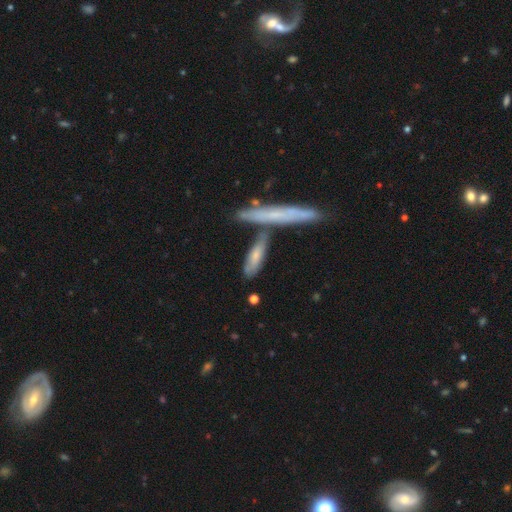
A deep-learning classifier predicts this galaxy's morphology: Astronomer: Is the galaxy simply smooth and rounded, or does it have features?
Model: smooth — 62%.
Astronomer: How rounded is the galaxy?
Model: cigar-shaped — 68%.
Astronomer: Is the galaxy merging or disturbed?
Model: none — 58%.